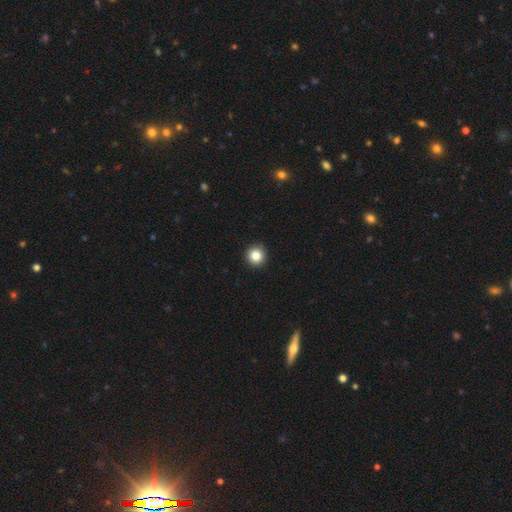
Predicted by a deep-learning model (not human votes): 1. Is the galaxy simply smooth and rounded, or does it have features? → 85% smooth, 10% star or artifact, 5% featured or disk.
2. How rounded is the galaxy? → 95% round, 4% in between, 1% cigar-shaped.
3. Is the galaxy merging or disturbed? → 93% none, 4% minor disturbance, 1% major disturbance, 1% merger.